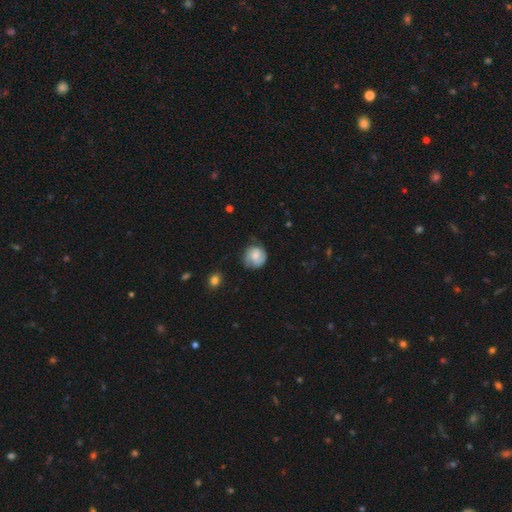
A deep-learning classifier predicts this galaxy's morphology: Smooth or featured? smooth (54%)
How rounded? round (82%)
Merging? none (63%)